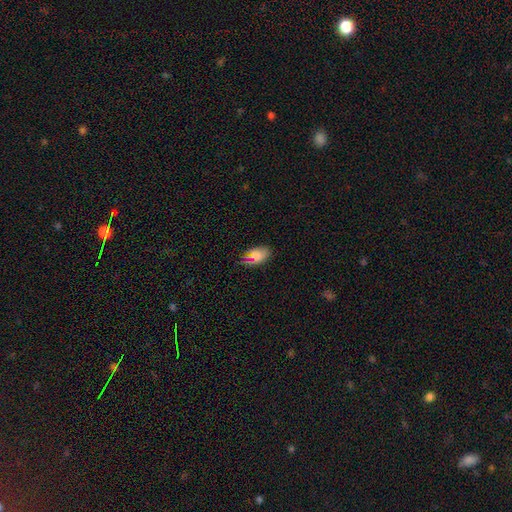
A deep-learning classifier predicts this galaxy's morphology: This is likely a smooth galaxy (74%). How rounded: clearly in between (91%). Merging: likely none (79%).